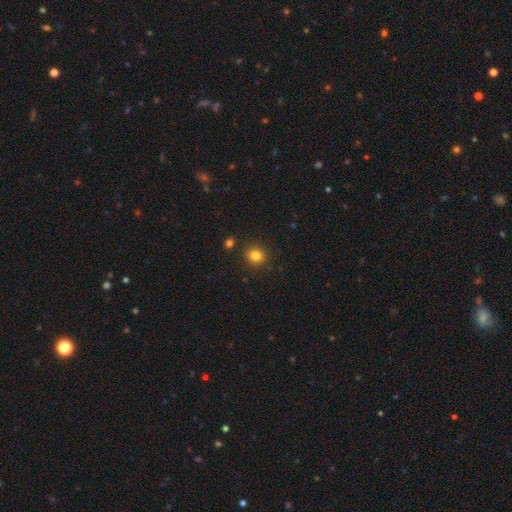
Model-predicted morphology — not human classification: Overall: smooth (82%). How rounded: round (82%). Merging: none (88%).